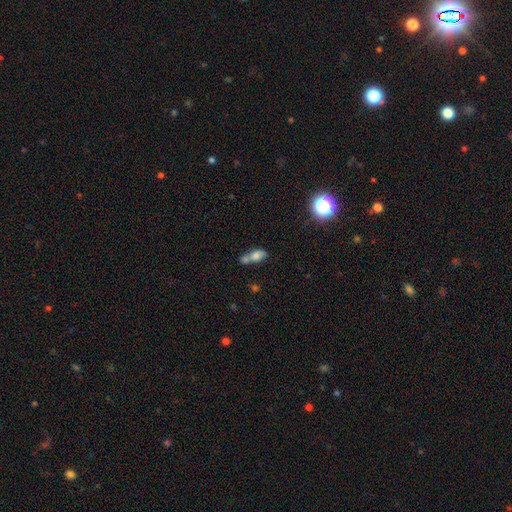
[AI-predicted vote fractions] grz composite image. It shows a smooth galaxy with no disk features (71%) that is in between round and cigar-shaped (79%). Merging: merger (55%).